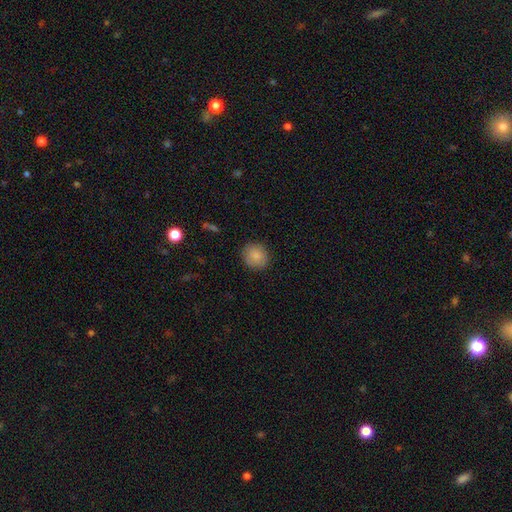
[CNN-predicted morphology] Smooth or featured?
  - smooth: 87% *
  - star or artifact: 8%
  - featured or disk: 5%
How rounded?
  - round: 86% *
  - in between: 13%
  - cigar-shaped: 1%
Merging?
  - none: 88% *
  - minor disturbance: 8%
  - major disturbance: 2%
  - merger: 1%